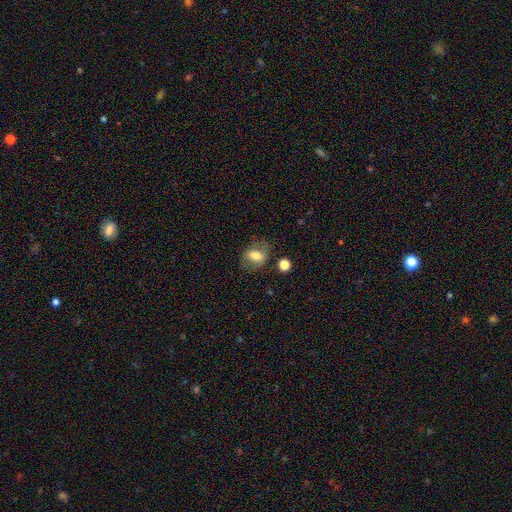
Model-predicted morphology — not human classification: A smooth galaxy with no disk features (60%) that is in between round and cigar-shaped (68%). Merging: none (72%).